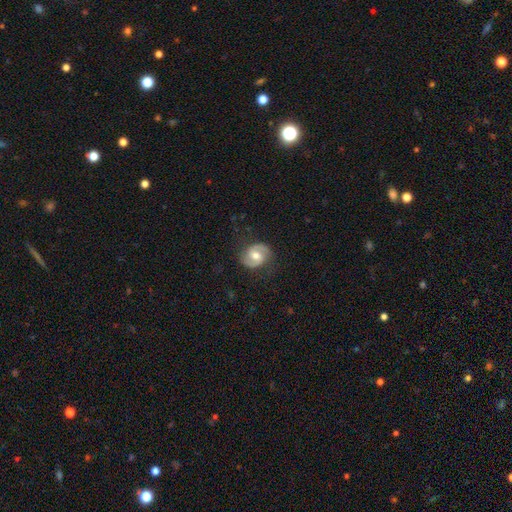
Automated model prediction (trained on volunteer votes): Morphology: type=featured or disk (78%); edge-on=no (98%); bar=weak (46%); spiral arms=yes (94%); winding=medium (52%); arm count=2 (92%); bulge=moderate (74%); merging=none (81%).